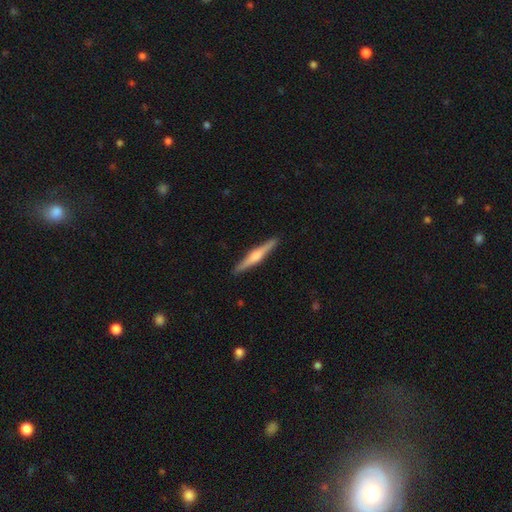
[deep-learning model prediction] Smooth or featured: featured or disk — 70% (smooth — 25%)
Edge-on disk: yes — 98% (no — 2%)
Edge-on bulge: rounded — 83% (boxy — 10%)
Merging: none — 92% (minor disturbance — 6%)